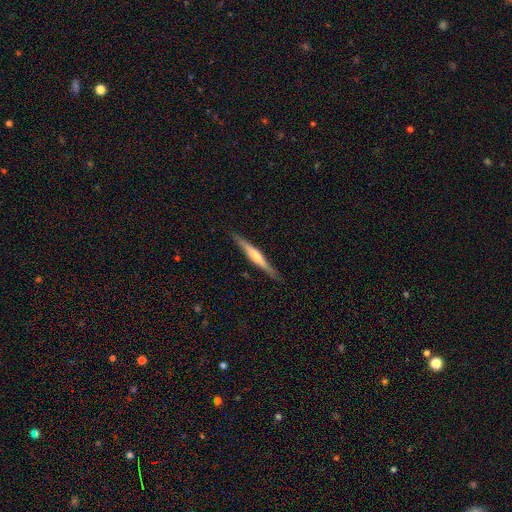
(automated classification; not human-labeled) smooth_or_featured: featured or disk (p=0.60) [alt: smooth p=0.35]
disk_edge_on: yes (p=0.97) [alt: no p=0.03]
edge_on_bulge: rounded (p=0.64) [alt: none p=0.22]
merging: none (p=0.87) [alt: minor disturbance p=0.10]